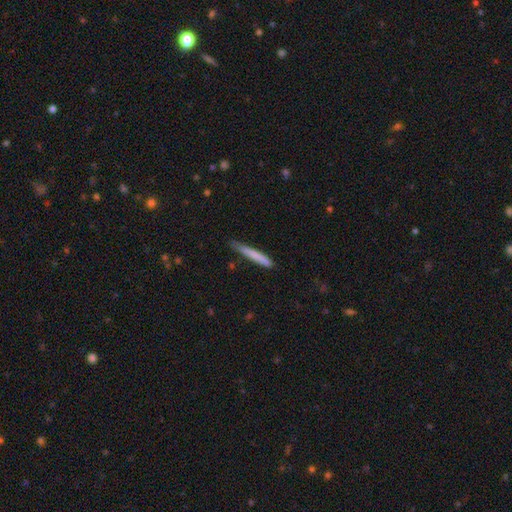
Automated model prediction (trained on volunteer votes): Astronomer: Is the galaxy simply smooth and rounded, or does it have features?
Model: smooth — 75%.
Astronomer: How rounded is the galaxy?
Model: cigar-shaped — 96%.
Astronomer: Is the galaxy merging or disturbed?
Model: none — 72%.